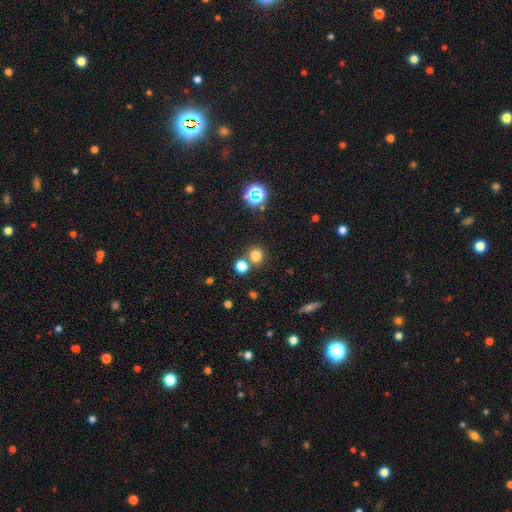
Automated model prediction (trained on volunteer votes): This appears to be a smooth galaxy with no disk features (76%) that is round (87%). Merging: none (70%).